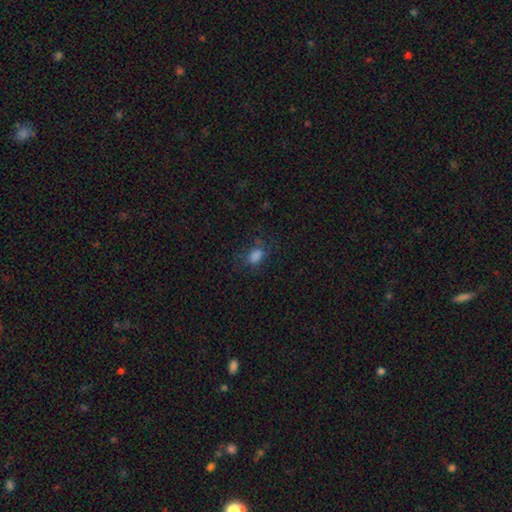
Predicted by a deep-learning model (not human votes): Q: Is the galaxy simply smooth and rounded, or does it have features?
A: smooth — 76%.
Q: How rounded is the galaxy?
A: in between — 78%.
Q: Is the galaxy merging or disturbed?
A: none — 61%.